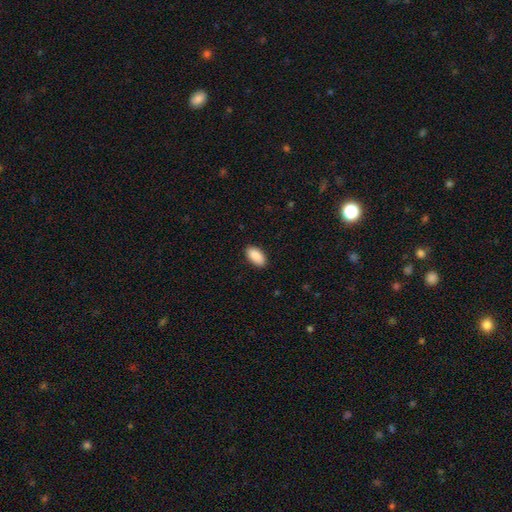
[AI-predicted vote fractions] A smooth galaxy with no disk features (91%) that is in between round and cigar-shaped (95%).

Vote fractions:
- Smooth or featured? smooth: 91% / star or artifact: 6% / featured or disk: 3%
- How rounded? in between: 95% / cigar-shaped: 3% / round: 2%
- Merging? none: 88% / minor disturbance: 9% / major disturbance: 2% / merger: 1%